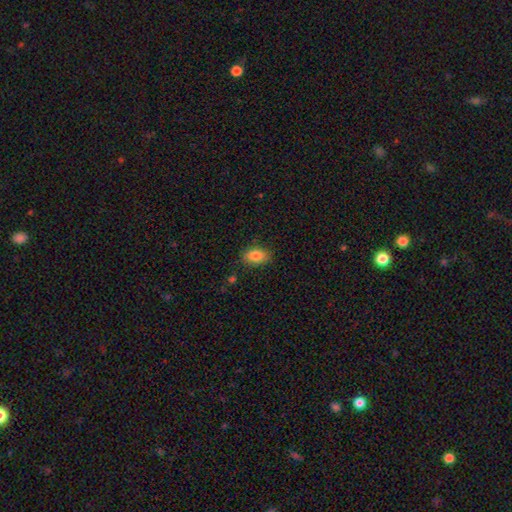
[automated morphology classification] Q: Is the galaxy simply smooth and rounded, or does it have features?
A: smooth — 84%.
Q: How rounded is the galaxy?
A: in between — 85%.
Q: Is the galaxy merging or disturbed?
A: none — 85%.